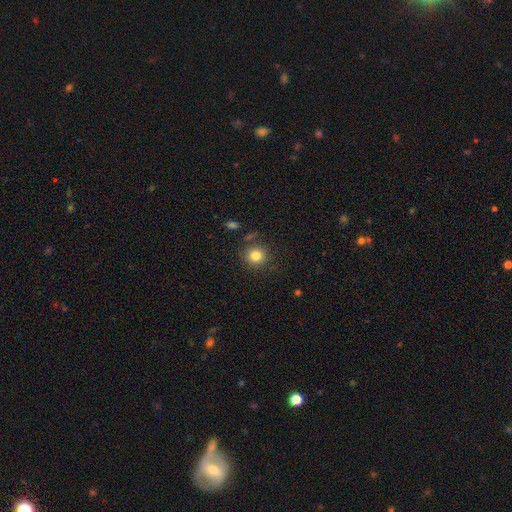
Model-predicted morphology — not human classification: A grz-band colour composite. It shows a smooth galaxy with no disk features (81%) that is round (91%). Merging: none (82%).